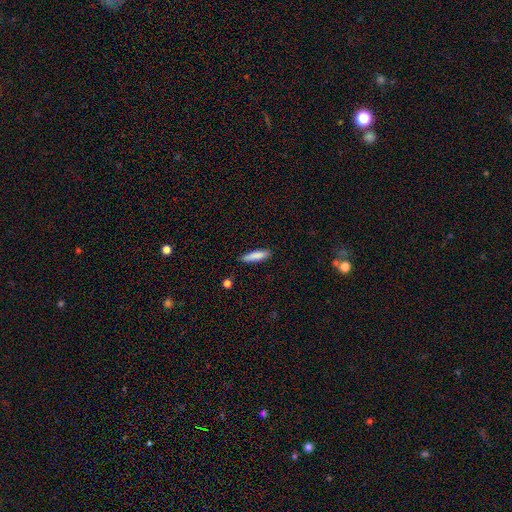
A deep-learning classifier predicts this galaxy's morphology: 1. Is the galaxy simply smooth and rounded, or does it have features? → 84% smooth, 9% featured or disk, 6% star or artifact.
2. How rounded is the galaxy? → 74% cigar-shaped, 25% in between, 1% round.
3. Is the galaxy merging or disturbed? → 83% none, 13% minor disturbance, 2% major disturbance, 2% merger.